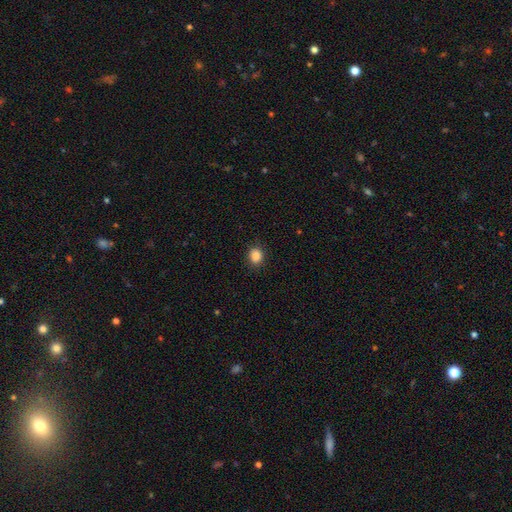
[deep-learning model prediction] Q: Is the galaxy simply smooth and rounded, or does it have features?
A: smooth — 87%.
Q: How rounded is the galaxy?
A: round — 73%.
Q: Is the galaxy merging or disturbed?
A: none — 89%.